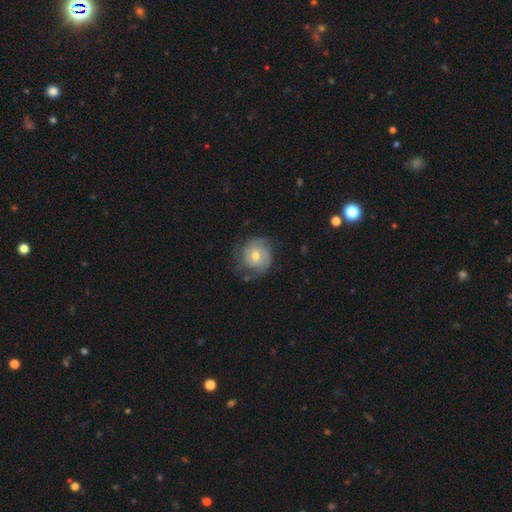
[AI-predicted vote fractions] smooth_or_featured: featured or disk (p=0.68) [alt: smooth p=0.25]
disk_edge_on: no (p=0.98) [alt: yes p=0.02]
bar: no (p=0.72) [alt: weak p=0.24]
has_spiral_arms: yes (p=0.88) [alt: no p=0.12]
spiral_winding: tight (p=0.59) [alt: medium p=0.30]
spiral_arm_count: 2 (p=0.36) [alt: can't tell p=0.30]
bulge_size: moderate (p=0.66) [alt: small p=0.30]
merging: none (p=0.69) [alt: minor disturbance p=0.21]